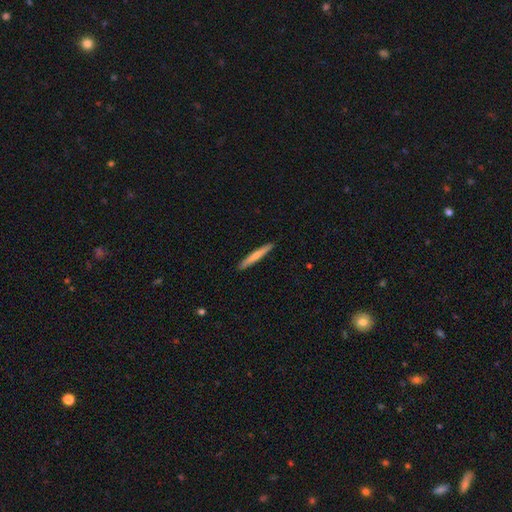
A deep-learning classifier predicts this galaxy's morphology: A smooth galaxy with no disk features (64%) that is cigar-shaped (96%).

Vote fractions:
- Smooth or featured? smooth: 64% / featured or disk: 31% / star or artifact: 5%
- How rounded? cigar-shaped: 96% / in between: 3% / round: 1%
- Merging? none: 91% / minor disturbance: 6% / major disturbance: 1% / merger: 1%